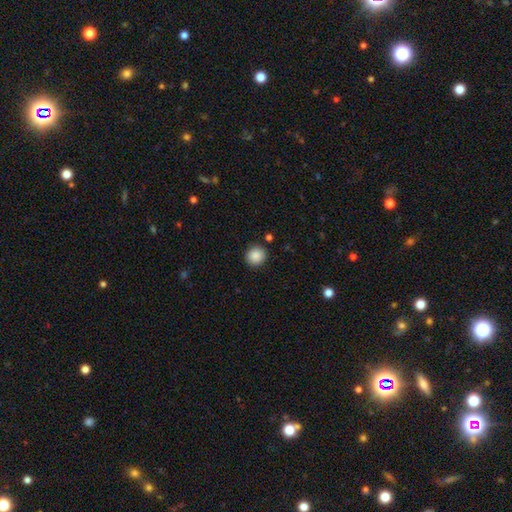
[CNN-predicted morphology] Smooth or featured? smooth (88%)
How rounded? round (92%)
Merging? none (90%)